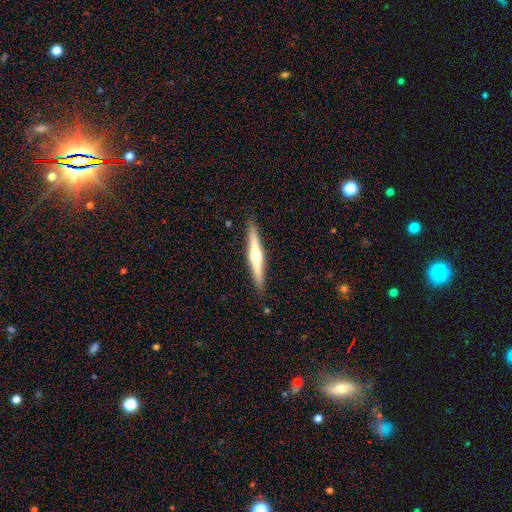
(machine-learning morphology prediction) Smooth or featured? Predicted: featured or disk (p=0.64). Edge-on disk? Predicted: yes (p=0.97). Edge-on bulge? Predicted: rounded (p=0.88). Merging? Predicted: none (p=0.90).